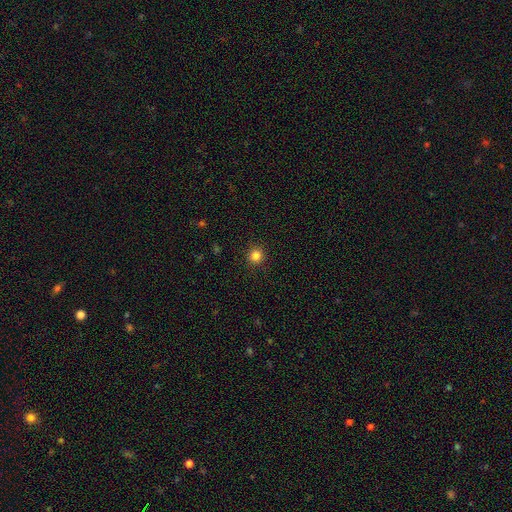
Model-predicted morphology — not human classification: Smooth or featured? smooth (83%)
How rounded? round (94%)
Merging? none (92%)